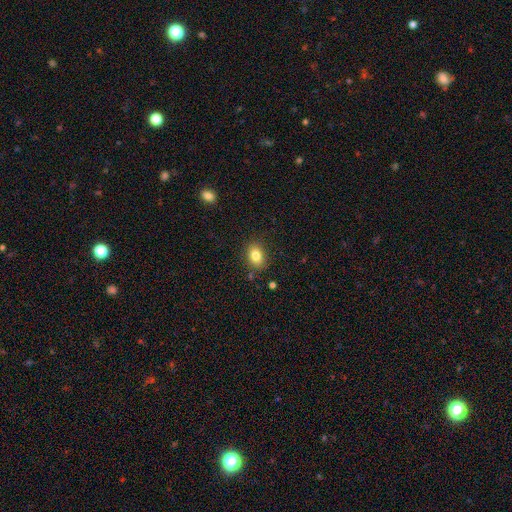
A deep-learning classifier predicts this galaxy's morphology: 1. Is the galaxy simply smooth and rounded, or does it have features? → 82% smooth, 10% star or artifact, 8% featured or disk.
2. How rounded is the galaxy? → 67% in between, 32% round, 1% cigar-shaped.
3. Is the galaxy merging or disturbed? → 85% none, 10% minor disturbance, 3% major disturbance, 2% merger.